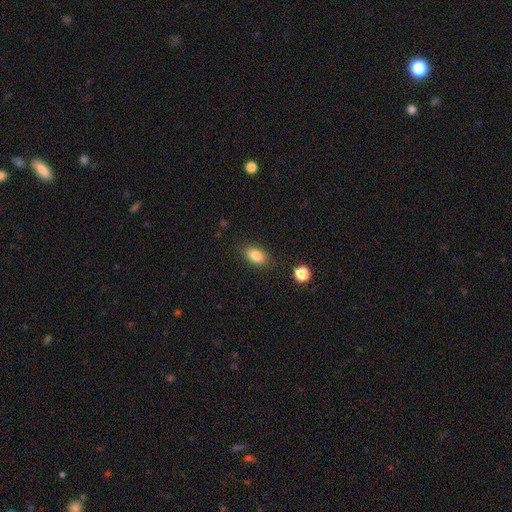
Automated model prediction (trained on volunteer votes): Overall: smooth (83%). How rounded: in between (86%). Merging: none (86%).